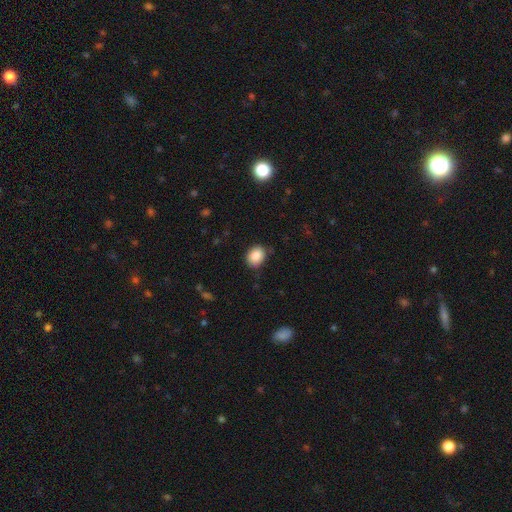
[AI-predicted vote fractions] Q: Smooth or featured?
A: smooth (85%); runner-up: star or artifact (9%)
Q: How rounded?
A: round (57%); runner-up: in between (42%)
Q: Merging?
A: none (78%); runner-up: minor disturbance (17%)